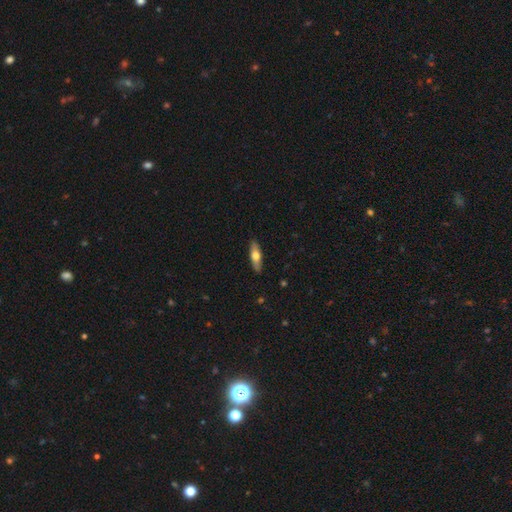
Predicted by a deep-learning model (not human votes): A smooth galaxy with no disk features (58%) that is cigar-shaped (53%).

Vote fractions:
- Smooth or featured? smooth: 58% / featured or disk: 36% / star or artifact: 6%
- How rounded? cigar-shaped: 53% / in between: 44% / round: 3%
- Merging? none: 89% / minor disturbance: 8% / major disturbance: 2% / merger: 1%